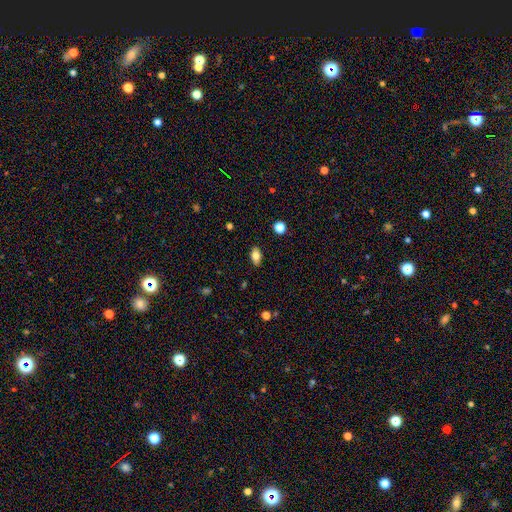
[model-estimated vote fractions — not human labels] A smooth galaxy with no disk features (81%) that is in between round and cigar-shaped (89%).

Vote fractions:
- Smooth or featured? smooth: 81% / featured or disk: 11% / star or artifact: 9%
- How rounded? in between: 89% / round: 8% / cigar-shaped: 3%
- Merging? none: 87% / minor disturbance: 9% / major disturbance: 2% / merger: 1%